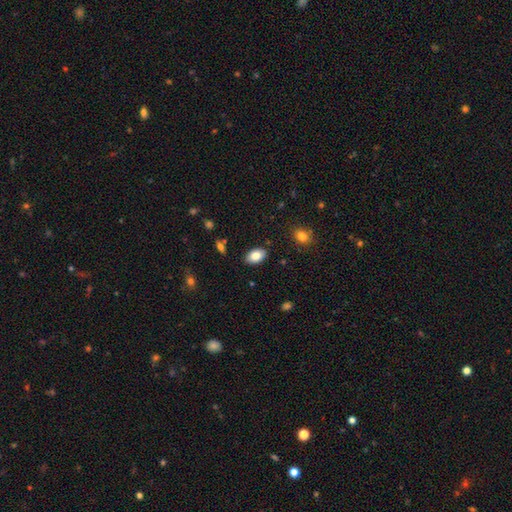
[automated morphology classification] Smooth or featured? smooth (83%)
How rounded? in between (91%)
Merging? none (87%)